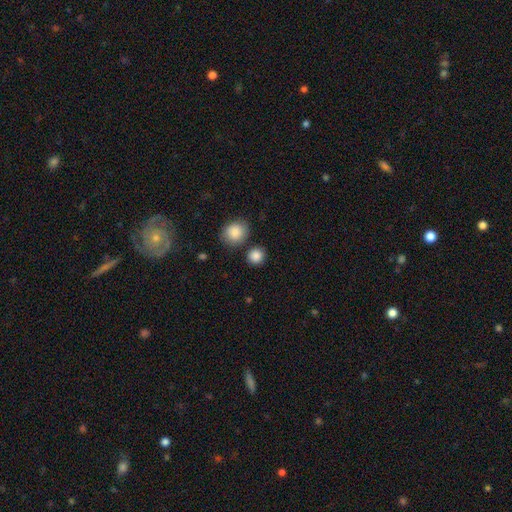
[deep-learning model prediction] This is clearly a smooth galaxy (87%). How rounded: clearly round (83%). Merging: likely none (79%).